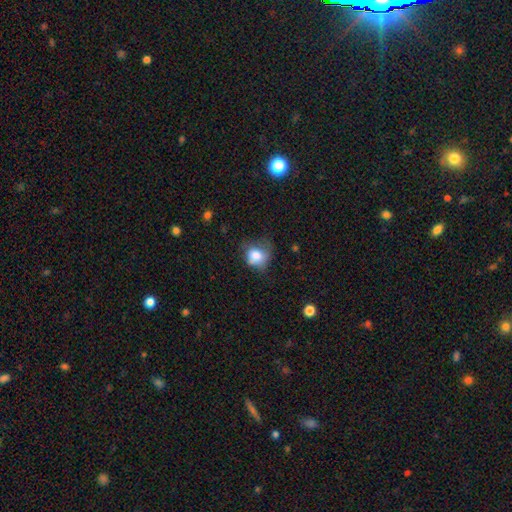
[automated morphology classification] smooth-or-featured: smooth: 78% | featured or disk: 12% | star or artifact: 10%
  how-rounded: round: 65% | in between: 34% | cigar-shaped: 1%
  merging: none: 39% | minor disturbance: 35% | major disturbance: 23% | merger: 3%